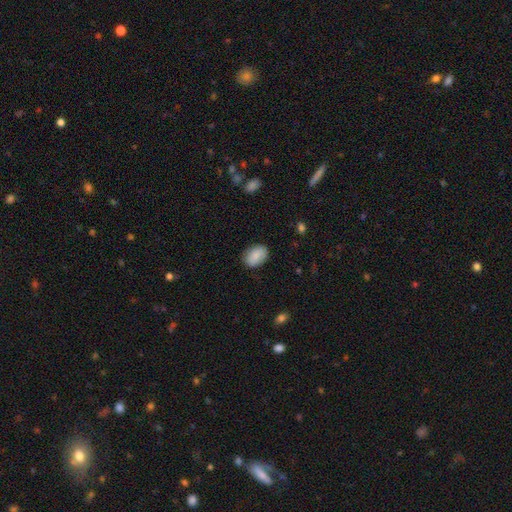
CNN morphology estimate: Smooth or featured?
  - smooth: 84% *
  - featured or disk: 9%
  - star or artifact: 7%
How rounded?
  - in between: 82% *
  - round: 17%
  - cigar-shaped: 1%
Merging?
  - none: 83% *
  - minor disturbance: 13%
  - major disturbance: 3%
  - merger: 1%